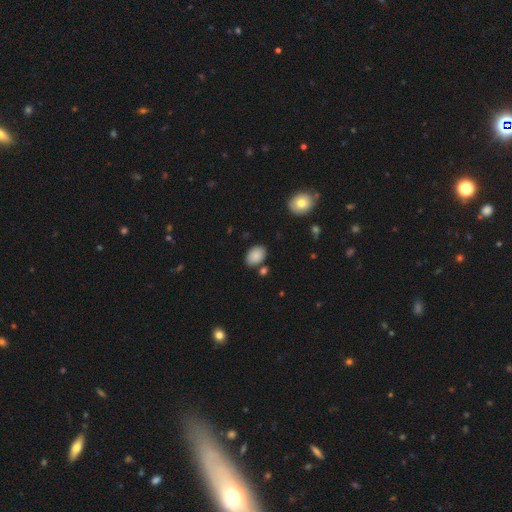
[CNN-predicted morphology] This appears to be a smooth galaxy with no disk features (87%) that is in between round and cigar-shaped (81%). Merging: none (80%).